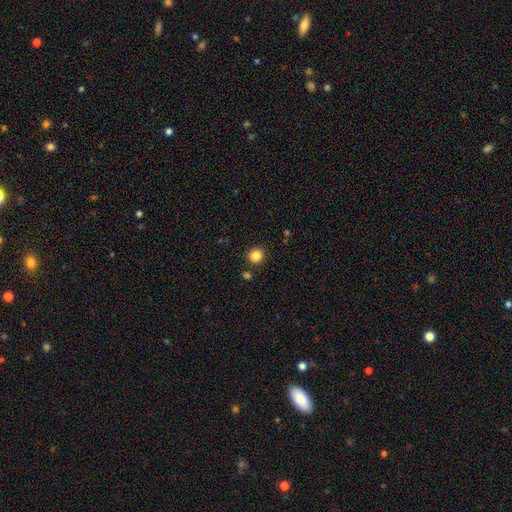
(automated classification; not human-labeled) Smooth or featured? smooth (84%)
How rounded? round (91%)
Merging? none (89%)